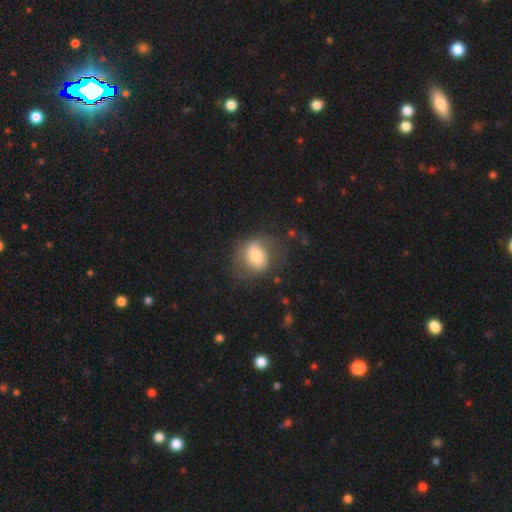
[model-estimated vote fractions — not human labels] A smooth galaxy with no disk features (54%) that is round (55%).

Vote fractions:
- Smooth or featured? smooth: 54% / featured or disk: 38% / star or artifact: 8%
- How rounded? round: 55% / in between: 44% / cigar-shaped: 1%
- Merging? none: 54% / minor disturbance: 23% / major disturbance: 20% / merger: 2%